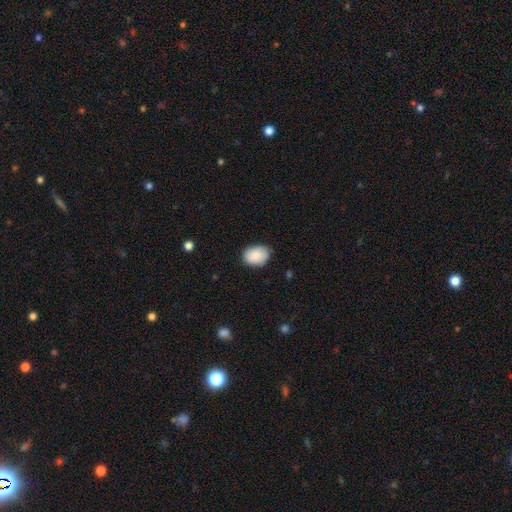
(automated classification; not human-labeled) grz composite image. It shows a smooth galaxy with no disk features (85%) that is in between round and cigar-shaped (71%). Merging: none (77%).